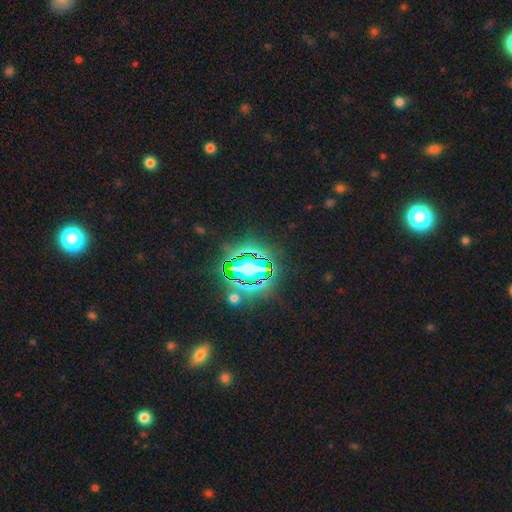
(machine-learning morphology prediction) Smooth or featured? Predicted: star or artifact (p=0.80).